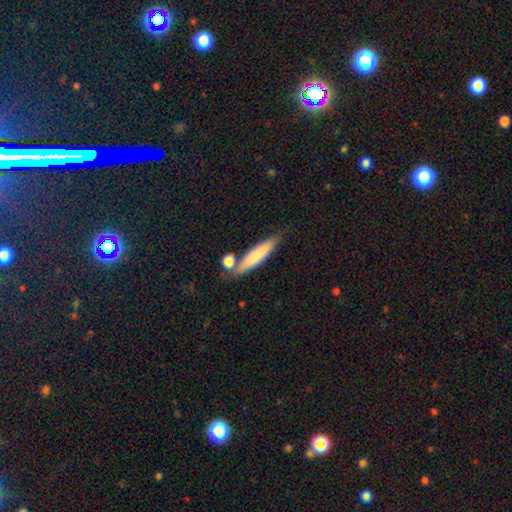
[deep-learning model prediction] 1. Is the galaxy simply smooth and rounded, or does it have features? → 73% smooth, 21% featured or disk, 6% star or artifact.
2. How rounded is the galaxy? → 82% cigar-shaped, 16% in between, 2% round.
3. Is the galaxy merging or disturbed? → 67% none, 15% minor disturbance, 13% merger, 4% major disturbance.